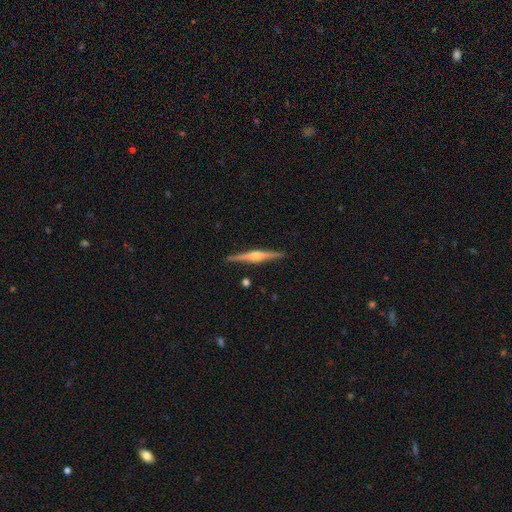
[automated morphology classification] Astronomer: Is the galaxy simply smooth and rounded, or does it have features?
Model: featured or disk — 78%.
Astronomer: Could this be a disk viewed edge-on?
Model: yes — 98%.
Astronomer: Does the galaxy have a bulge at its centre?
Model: rounded — 84%.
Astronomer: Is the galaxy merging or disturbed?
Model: none — 91%.